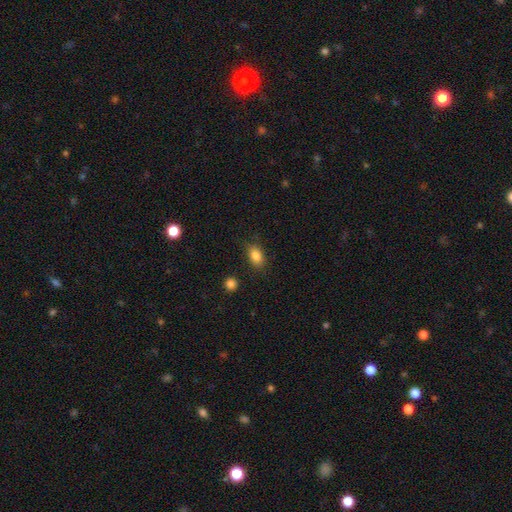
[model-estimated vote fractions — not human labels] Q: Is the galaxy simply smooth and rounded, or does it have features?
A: smooth — 85%.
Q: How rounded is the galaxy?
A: in between — 84%.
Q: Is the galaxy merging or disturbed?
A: none — 81%.